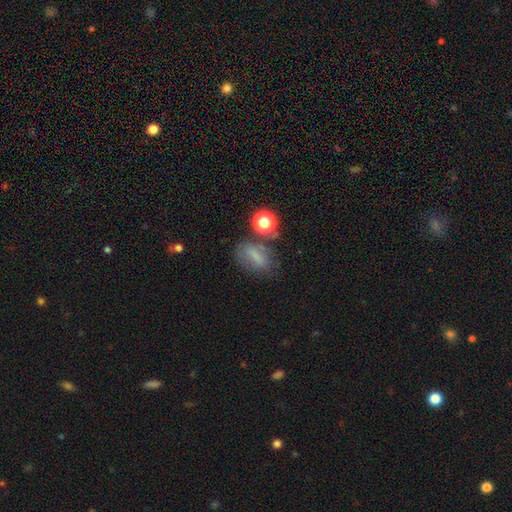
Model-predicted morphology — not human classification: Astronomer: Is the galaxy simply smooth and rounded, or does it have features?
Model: smooth — 65%.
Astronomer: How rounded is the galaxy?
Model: in between — 73%.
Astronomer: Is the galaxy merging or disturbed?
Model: none — 58%.